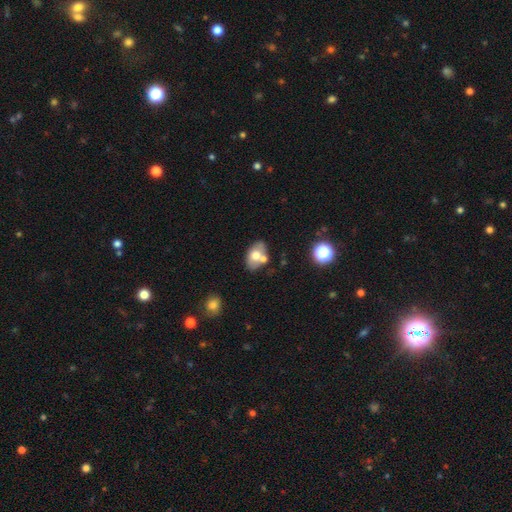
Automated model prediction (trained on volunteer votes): Overall: smooth (62%; featured or disk 29%). How rounded: in between (85%). Merging: none (56%; merger 23%).